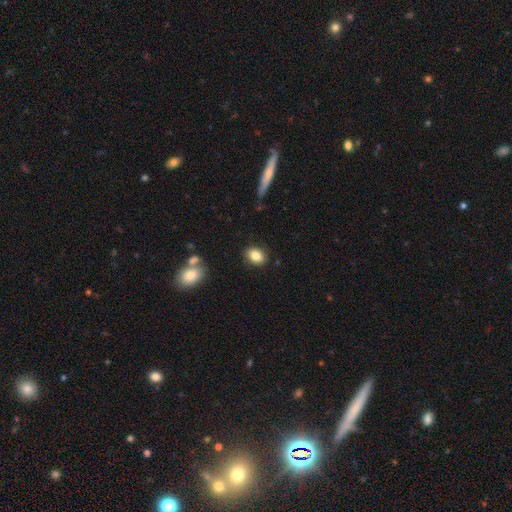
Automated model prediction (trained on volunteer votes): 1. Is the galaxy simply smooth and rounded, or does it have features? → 85% smooth, 9% star or artifact, 7% featured or disk.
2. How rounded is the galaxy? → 66% in between, 33% round, 1% cigar-shaped.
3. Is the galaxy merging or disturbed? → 86% none, 9% minor disturbance, 2% major disturbance, 2% merger.